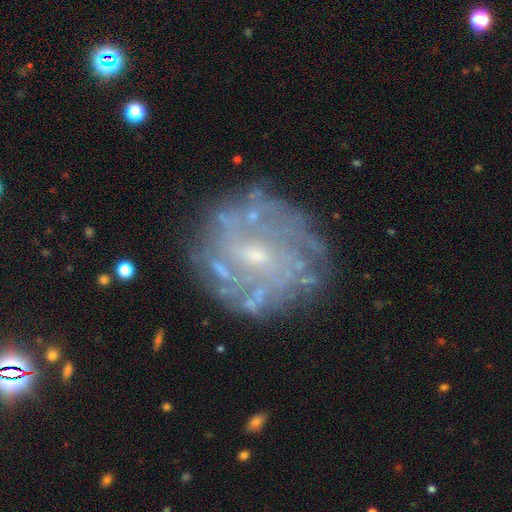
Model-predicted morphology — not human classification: The model was most divided on "bar": no: 53%, weak: 39%, strong: 8%. More confident: edge-on disk — no (97%); smooth or featured — featured or disk (76%); merging — none (75%); spiral arms — yes (67%); bulge size — small (65%).